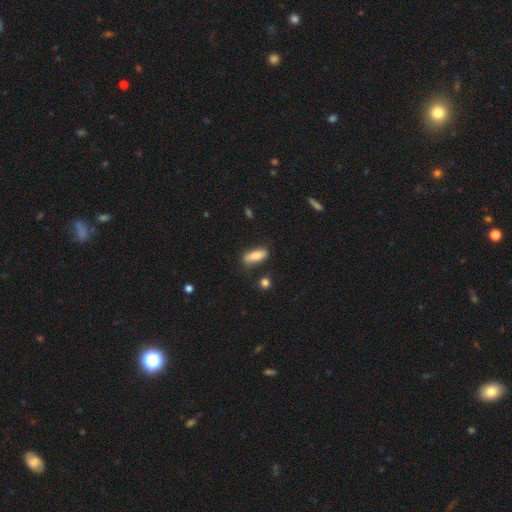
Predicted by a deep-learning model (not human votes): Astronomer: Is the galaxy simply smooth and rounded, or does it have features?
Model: smooth — 80%.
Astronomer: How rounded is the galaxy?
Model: in between — 65%.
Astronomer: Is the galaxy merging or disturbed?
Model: none — 74%.